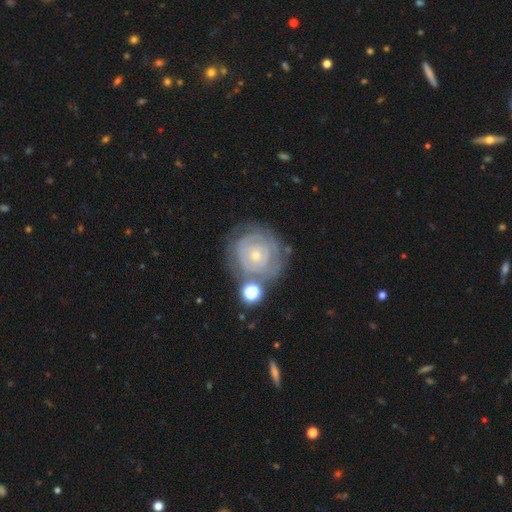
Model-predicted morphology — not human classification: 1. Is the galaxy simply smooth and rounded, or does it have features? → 78% featured or disk, 15% smooth, 7% star or artifact.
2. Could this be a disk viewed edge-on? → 97% no, 3% yes.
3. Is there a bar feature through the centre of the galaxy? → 84% no, 12% weak, 4% strong.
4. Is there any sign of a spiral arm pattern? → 83% yes, 17% no.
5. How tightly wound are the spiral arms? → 84% tight, 12% medium, 4% loose.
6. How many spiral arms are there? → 49% can't tell, 18% 2, 13% 3, 9% 4, 6% more than 4, 6% 1.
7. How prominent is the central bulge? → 76% small, 20% moderate, 1% large, 1% none, 1% dominant.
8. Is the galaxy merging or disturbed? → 70% none, 16% minor disturbance, 7% major disturbance, 7% merger.